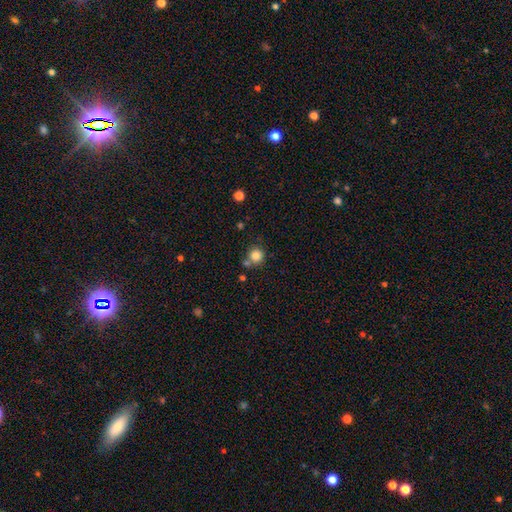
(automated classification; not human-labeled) This is clearly a smooth galaxy (83%). How rounded: clearly round (92%). Merging: likely none (65%).